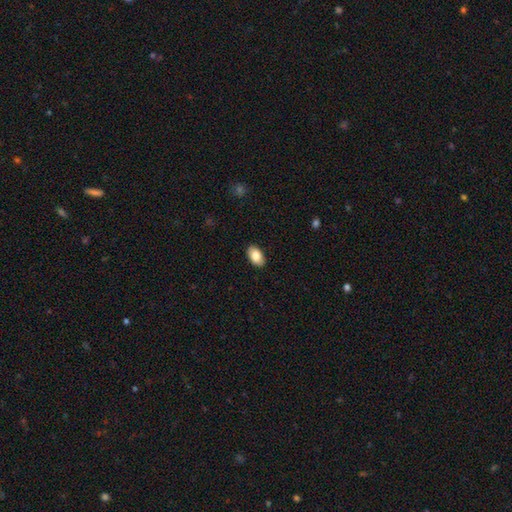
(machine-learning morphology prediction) smooth_or_featured: smooth (p=0.85) [alt: featured or disk p=0.08]
how_rounded: in between (p=0.93) [alt: round p=0.06]
merging: none (p=0.89) [alt: minor disturbance p=0.08]